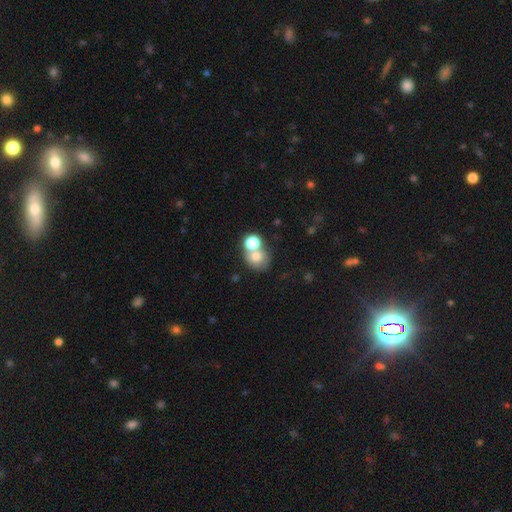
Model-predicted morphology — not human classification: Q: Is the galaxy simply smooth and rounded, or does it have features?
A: smooth — 72%.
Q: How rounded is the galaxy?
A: round — 68%.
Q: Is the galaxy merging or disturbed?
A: merger — 50%.